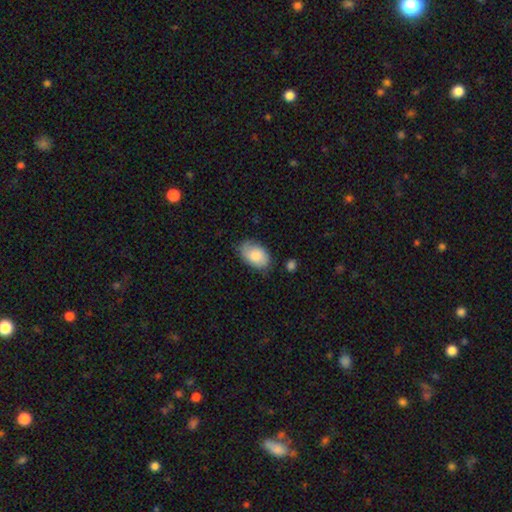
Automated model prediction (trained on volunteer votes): This is clearly a smooth galaxy (80%). How rounded: clearly in between (91%). Merging: likely none (70%).